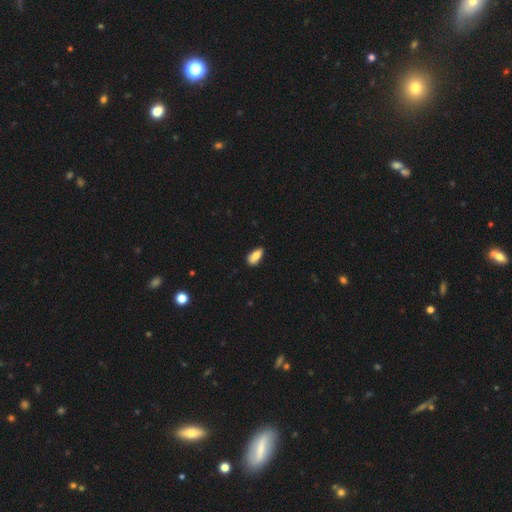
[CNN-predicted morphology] type=smooth (79%); roundness=in between (87%); merging=none (79%).